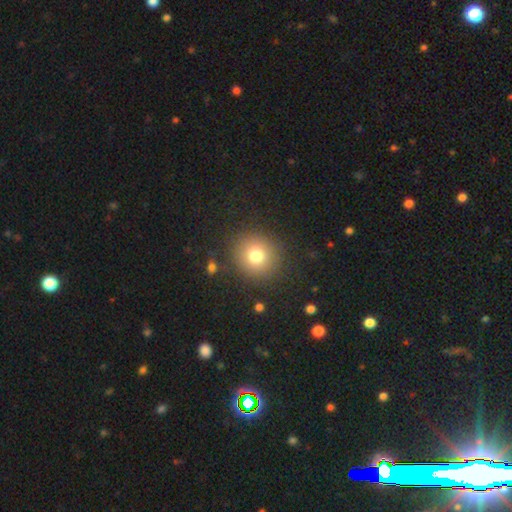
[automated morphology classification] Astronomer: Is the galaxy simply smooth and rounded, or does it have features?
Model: smooth — 76%.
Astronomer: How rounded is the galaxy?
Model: round — 90%.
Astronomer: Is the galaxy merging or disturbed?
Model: none — 88%.